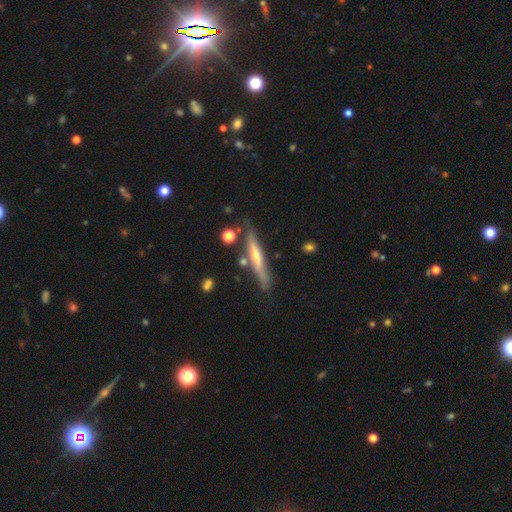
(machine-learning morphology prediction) smooth_or_featured: featured or disk (p=0.68) [alt: smooth p=0.25]
disk_edge_on: yes (p=0.93) [alt: no p=0.07]
edge_on_bulge: rounded (p=0.73) [alt: none p=0.22]
merging: none (p=0.76) [alt: minor disturbance p=0.15]